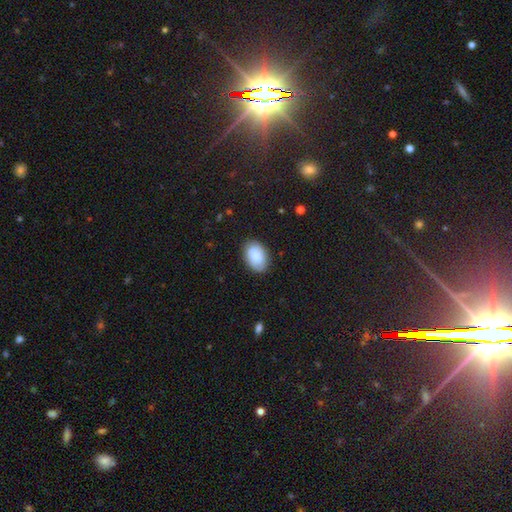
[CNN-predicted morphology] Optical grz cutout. It shows a smooth galaxy with no disk features (81%) that is in between round and cigar-shaped (90%). Merging: none (84%).